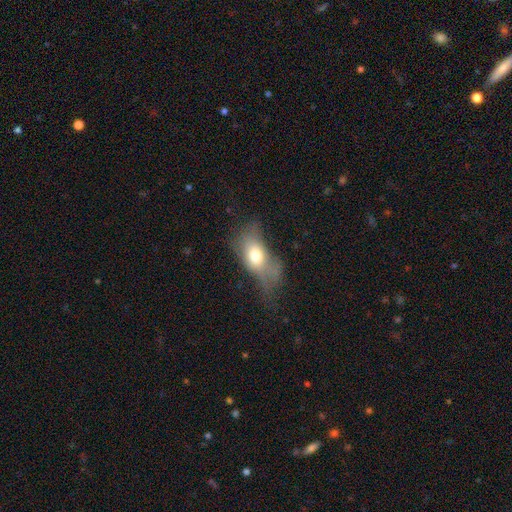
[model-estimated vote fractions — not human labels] This is likely a smooth galaxy (66%). How rounded: clearly in between (84%). Merging: marginally major disturbance (40%).